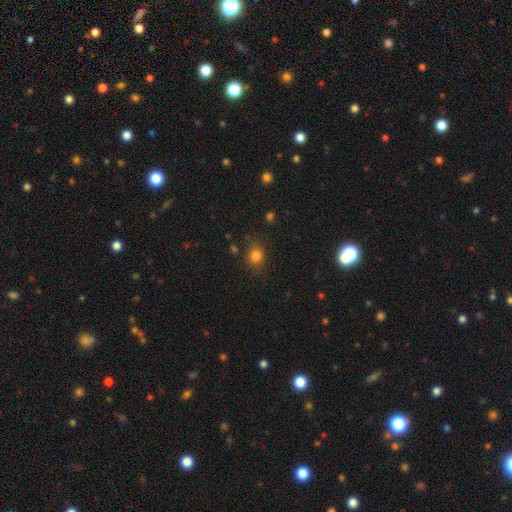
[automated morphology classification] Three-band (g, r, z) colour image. It shows a smooth galaxy with no disk features (81%) that is round (58%). Merging: none (81%).